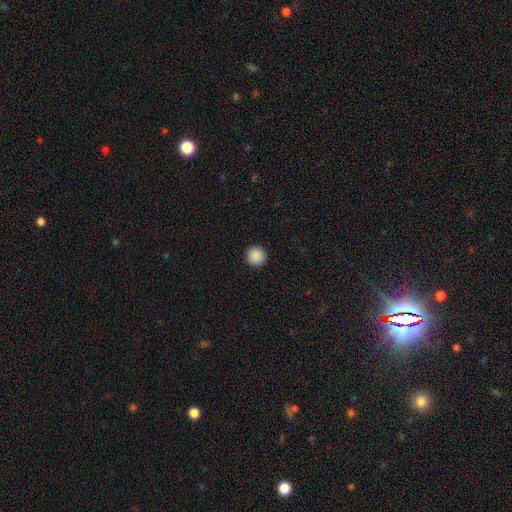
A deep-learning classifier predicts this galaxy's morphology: A smooth galaxy with no disk features (89%) that is round (96%).

Vote fractions:
- Smooth or featured? smooth: 89% / star or artifact: 9% / featured or disk: 2%
- How rounded? round: 96% / in between: 3% / cigar-shaped: 1%
- Merging? none: 93% / minor disturbance: 4% / major disturbance: 1% / merger: 1%